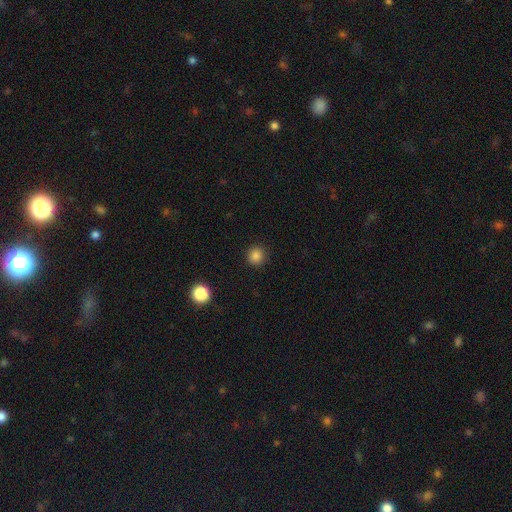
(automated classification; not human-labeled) smooth 84%, star or artifact 12%, featured or disk 3%. Down the decision tree: how rounded — round (93%); merging — none (91%).